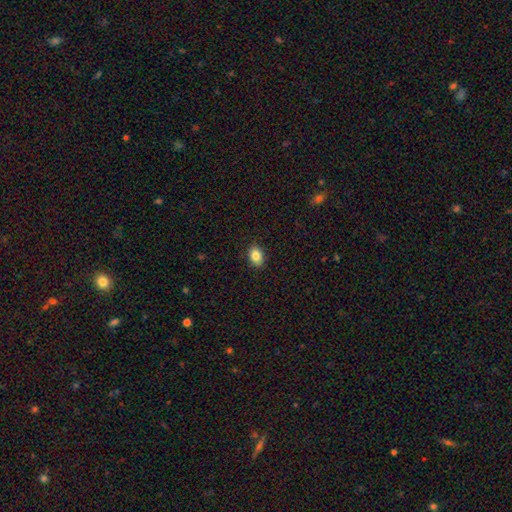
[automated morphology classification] Smooth or featured? smooth (86%)
How rounded? in between (79%)
Merging? none (88%)